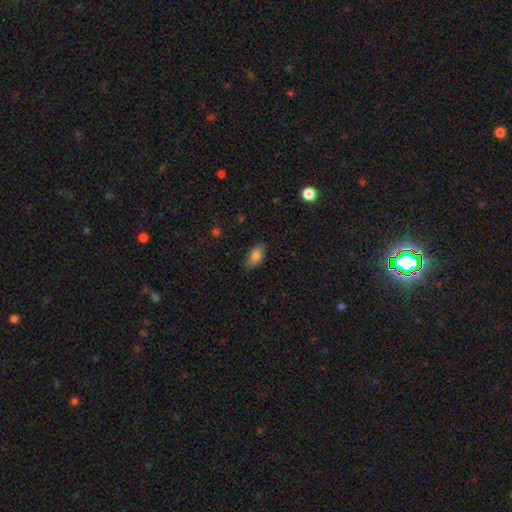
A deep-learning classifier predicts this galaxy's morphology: A smooth galaxy with no disk features (82%) that is in between round and cigar-shaped (91%). Merging: none (79%).